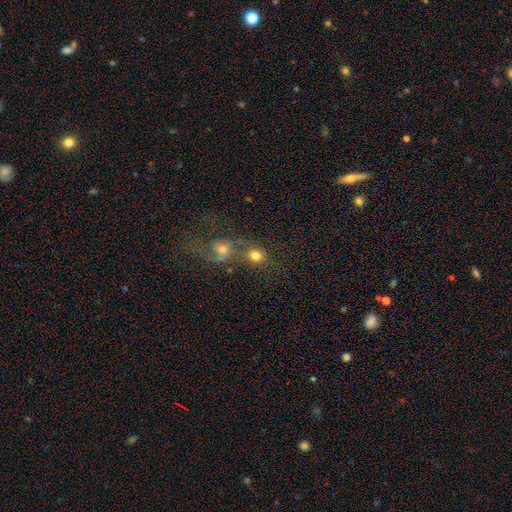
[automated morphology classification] Smooth or featured? smooth (71%)
How rounded? round (68%)
Merging? merger (50%)